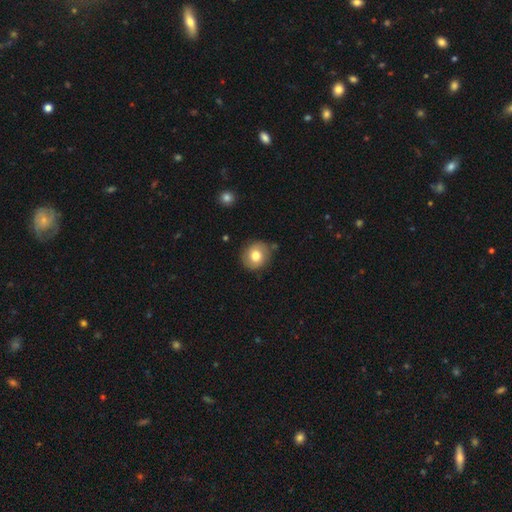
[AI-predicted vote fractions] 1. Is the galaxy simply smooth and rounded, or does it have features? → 76% smooth, 15% featured or disk, 9% star or artifact.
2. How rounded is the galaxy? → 83% round, 16% in between, 1% cigar-shaped.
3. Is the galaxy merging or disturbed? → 81% none, 13% minor disturbance, 3% major disturbance, 3% merger.